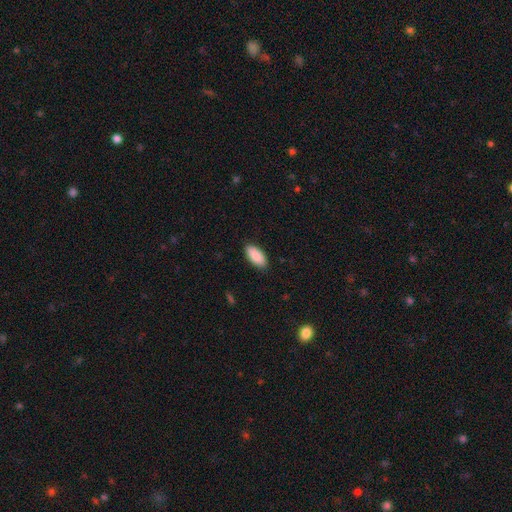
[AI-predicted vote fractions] Q: Smooth or featured?
A: smooth (89%); runner-up: star or artifact (6%)
Q: How rounded?
A: in between (92%); runner-up: cigar-shaped (6%)
Q: Merging?
A: none (89%); runner-up: minor disturbance (9%)